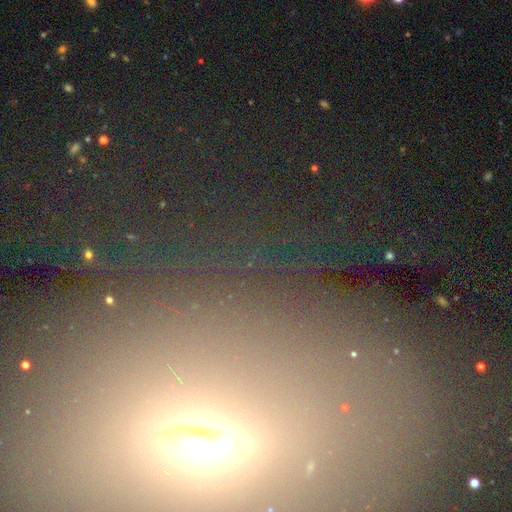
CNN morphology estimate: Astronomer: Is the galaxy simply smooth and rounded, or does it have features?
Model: star or artifact — 71%.